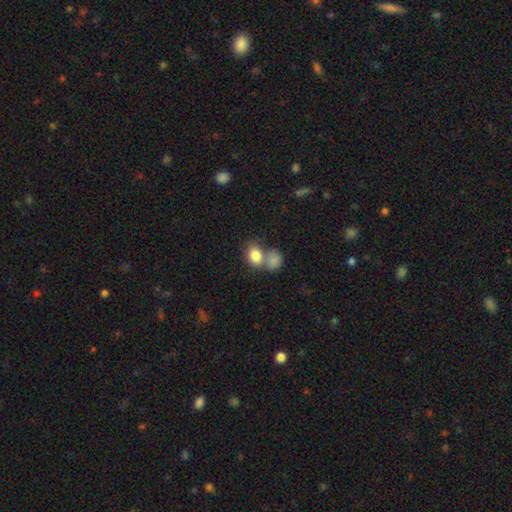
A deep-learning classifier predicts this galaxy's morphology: Smooth or featured?
  - smooth: 82% *
  - featured or disk: 9%
  - star or artifact: 9%
How rounded?
  - round: 56% *
  - in between: 43%
  - cigar-shaped: 1%
Merging?
  - merger: 51% *
  - none: 34%
  - minor disturbance: 10%
  - major disturbance: 5%